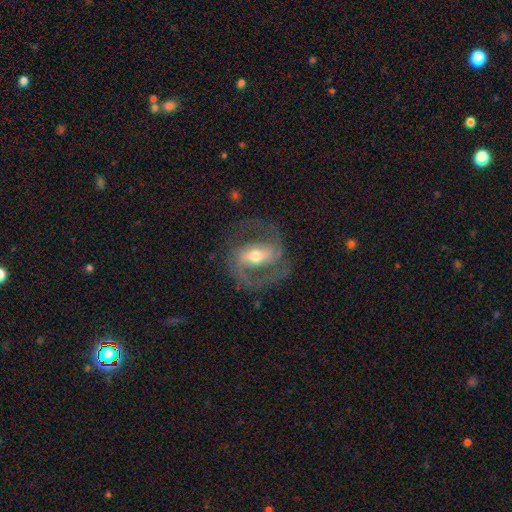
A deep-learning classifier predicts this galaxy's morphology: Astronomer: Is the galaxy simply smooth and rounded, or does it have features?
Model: featured or disk — 88%.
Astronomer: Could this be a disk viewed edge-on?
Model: no — 96%.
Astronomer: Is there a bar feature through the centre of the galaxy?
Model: strong — 50% (runner-up: weak, 37%).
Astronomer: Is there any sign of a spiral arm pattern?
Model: yes — 94%.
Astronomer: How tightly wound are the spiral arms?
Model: medium — 59%.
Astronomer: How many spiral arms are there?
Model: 2 — 91%.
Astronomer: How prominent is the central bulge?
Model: moderate — 65%.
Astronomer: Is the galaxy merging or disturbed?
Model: none — 75%.